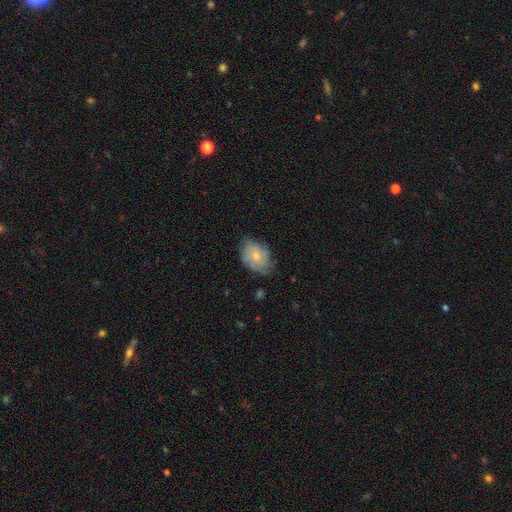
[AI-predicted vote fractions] The model was most divided on "smooth or featured": smooth: 51%, featured or disk: 42%, star or artifact: 7%. More confident: how rounded — in between (76%); merging — none (60%).